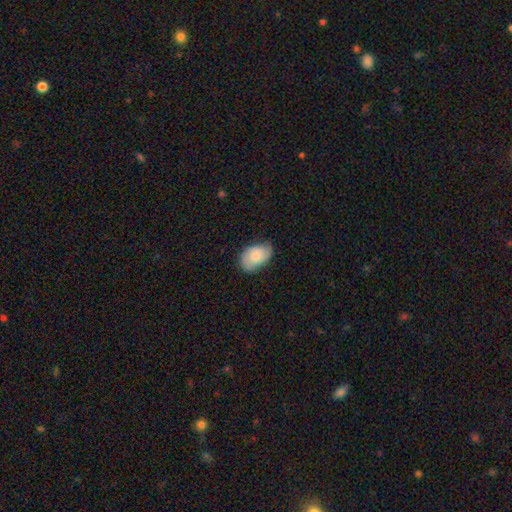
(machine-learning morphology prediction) smooth_or_featured: smooth (p=0.70) [alt: featured or disk p=0.24]
how_rounded: in between (p=0.91) [alt: round p=0.08]
merging: none (p=0.64) [alt: minor disturbance p=0.29]